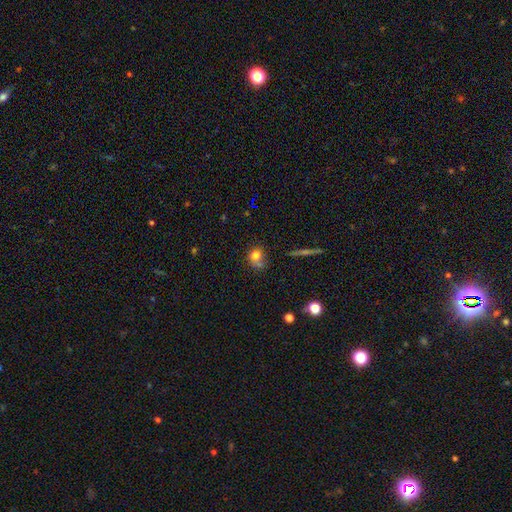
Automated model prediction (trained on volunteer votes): A smooth galaxy with no disk features (75%) that is round (74%).

Vote fractions:
- Smooth or featured? smooth: 75% / featured or disk: 13% / star or artifact: 12%
- How rounded? round: 74% / in between: 24% / cigar-shaped: 2%
- Merging? none: 52% / minor disturbance: 20% / merger: 18% / major disturbance: 9%